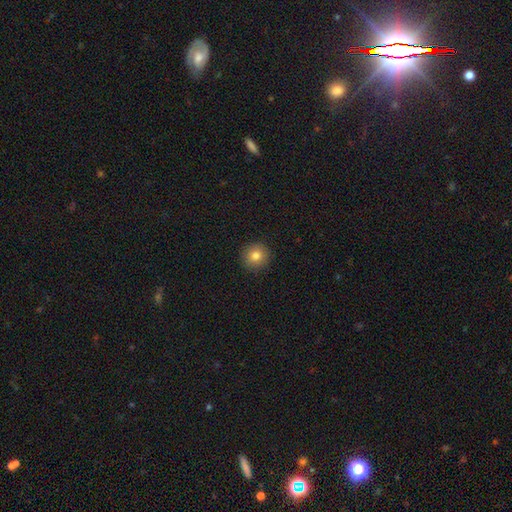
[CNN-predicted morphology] smooth_or_featured: smooth (p=0.81) [alt: star or artifact p=0.11]
how_rounded: round (p=0.94) [alt: in between p=0.05]
merging: none (p=0.93) [alt: minor disturbance p=0.05]